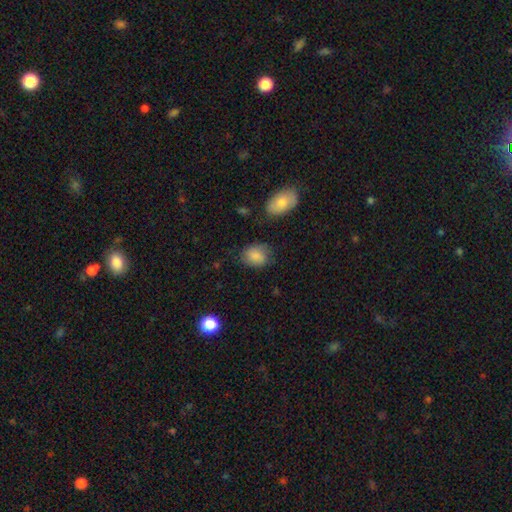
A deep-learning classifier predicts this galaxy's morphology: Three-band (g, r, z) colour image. It shows a smooth galaxy with no disk features (84%) that is in between round and cigar-shaped (62%). Merging: none (69%).